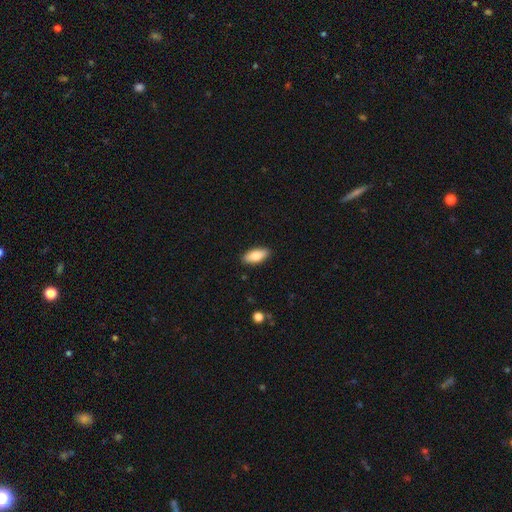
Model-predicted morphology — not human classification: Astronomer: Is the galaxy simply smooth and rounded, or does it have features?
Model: smooth — 82%.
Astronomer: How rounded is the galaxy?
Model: in between — 86%.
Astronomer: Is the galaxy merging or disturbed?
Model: none — 89%.